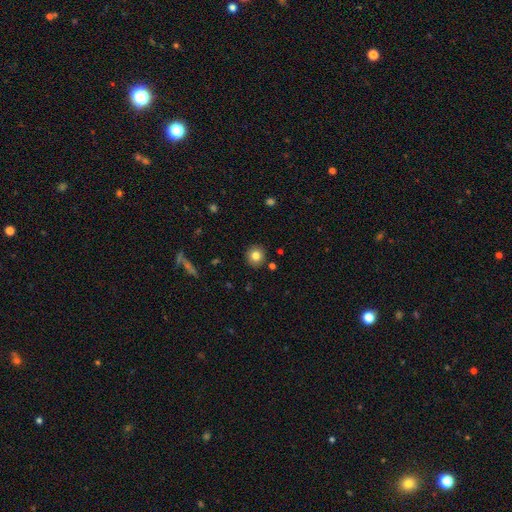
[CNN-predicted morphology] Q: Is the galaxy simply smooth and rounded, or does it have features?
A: smooth — 81%.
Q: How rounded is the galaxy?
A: round — 90%.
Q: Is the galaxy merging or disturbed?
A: none — 90%.